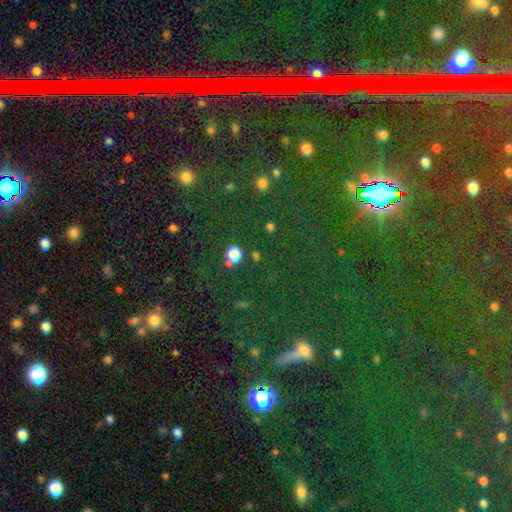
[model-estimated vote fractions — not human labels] This is likely a star or artifact rather than a galaxy (76%).